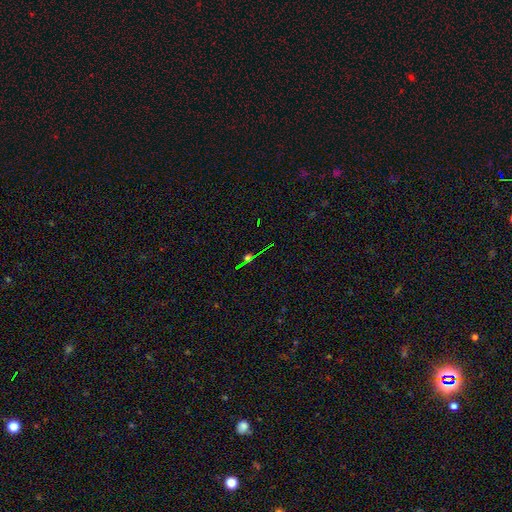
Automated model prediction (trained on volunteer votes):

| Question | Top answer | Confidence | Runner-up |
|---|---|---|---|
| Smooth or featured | star or artifact | 56% | featured or disk (26%) |